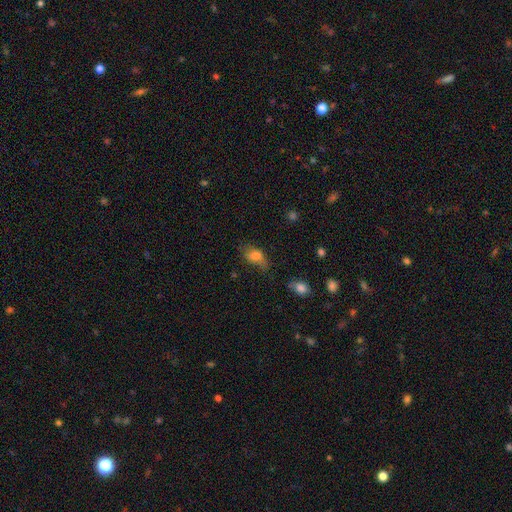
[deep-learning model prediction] smooth 69%, featured or disk 20%, star or artifact 11%. Down the decision tree: how rounded — in between (82%); merging — none (41%).